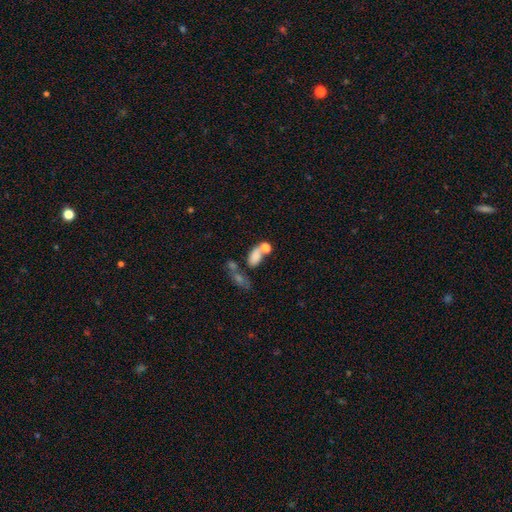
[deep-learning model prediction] This appears to be a smooth galaxy with no disk features (77%) that is in between round and cigar-shaped (84%). Merging: merger (43%).